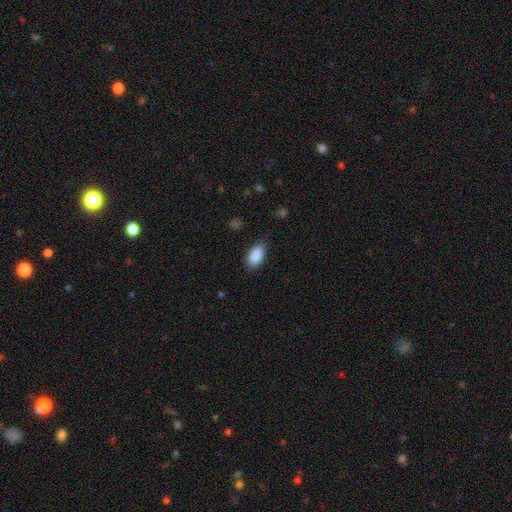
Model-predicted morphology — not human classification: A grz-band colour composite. It shows a smooth galaxy with no disk features (89%) that is in between round and cigar-shaped (93%). Merging: none (82%).